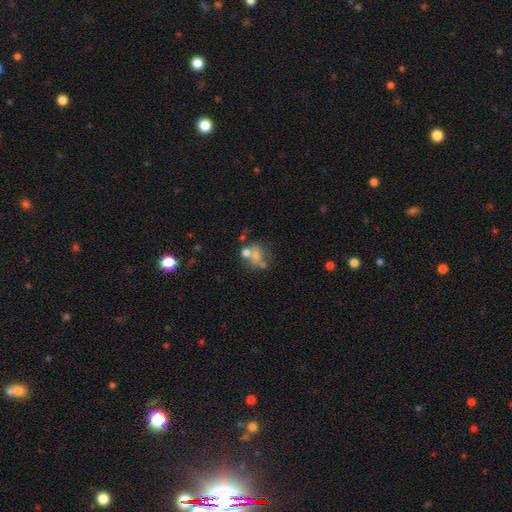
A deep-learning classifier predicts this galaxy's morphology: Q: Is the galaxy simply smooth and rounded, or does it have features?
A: smooth — 49%.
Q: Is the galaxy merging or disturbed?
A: merger — 38%.